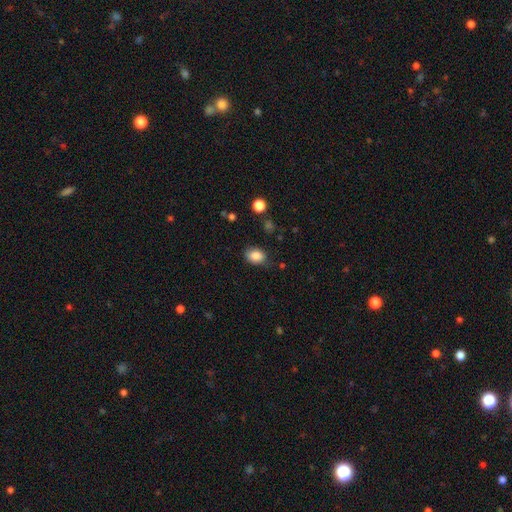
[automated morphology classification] Q: Smooth or featured?
A: smooth (86%); runner-up: star or artifact (9%)
Q: How rounded?
A: in between (74%); runner-up: round (25%)
Q: Merging?
A: none (78%); runner-up: minor disturbance (17%)